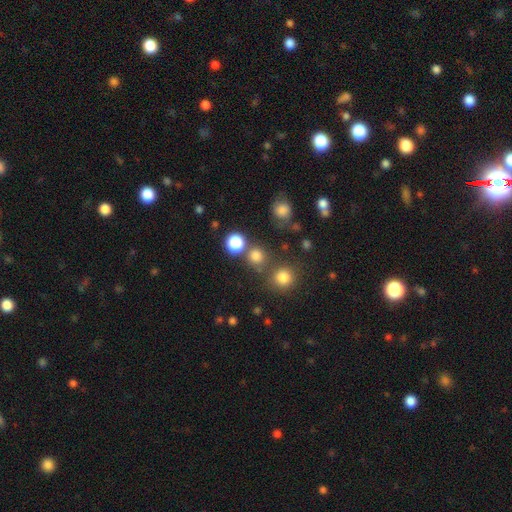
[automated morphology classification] This appears to be a smooth galaxy with no disk features (77%) that is round (91%). Merging: none (72%).